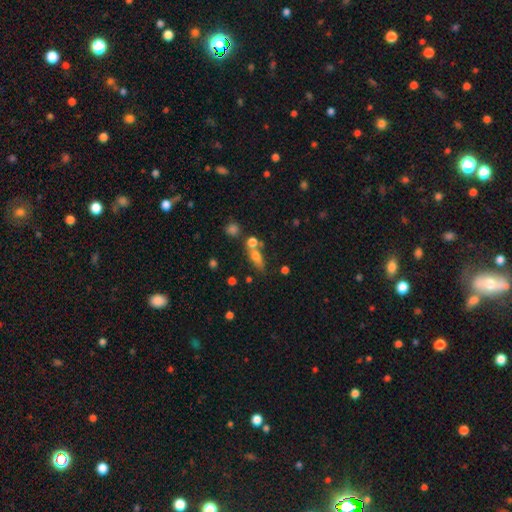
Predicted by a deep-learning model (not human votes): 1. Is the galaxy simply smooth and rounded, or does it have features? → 64% smooth, 21% featured or disk, 14% star or artifact.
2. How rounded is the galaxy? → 55% in between, 26% cigar-shaped, 18% round.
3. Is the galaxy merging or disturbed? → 45% none, 34% merger, 13% minor disturbance, 8% major disturbance.